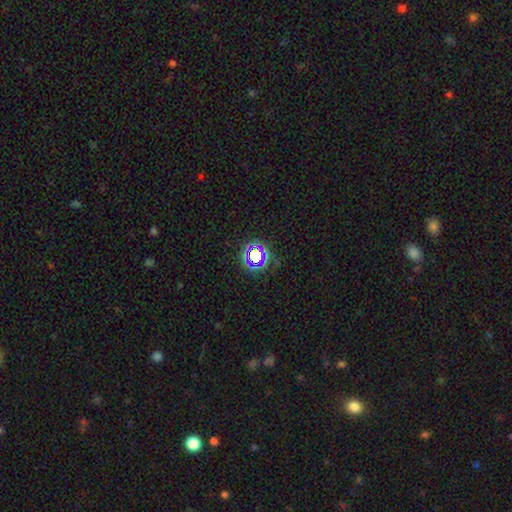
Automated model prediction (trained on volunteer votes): smooth-or-featured: star or artifact: 65% | smooth: 23% | featured or disk: 12%